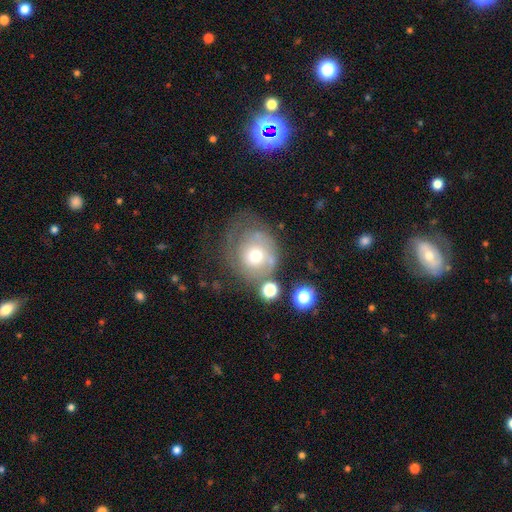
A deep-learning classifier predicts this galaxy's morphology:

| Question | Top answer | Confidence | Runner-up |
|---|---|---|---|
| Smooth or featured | featured or disk | 45% | tied: smooth (45%) |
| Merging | none | 40% | major disturbance (28%) |